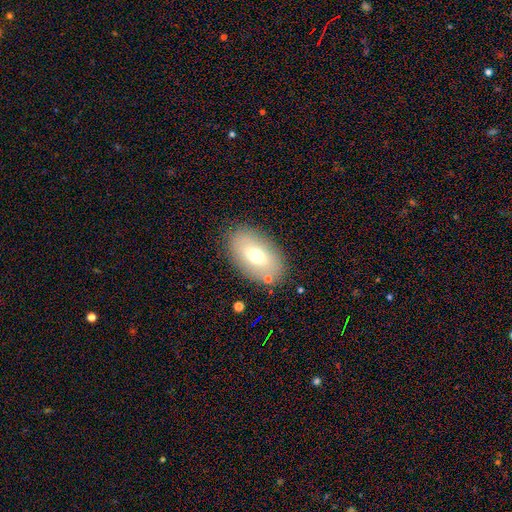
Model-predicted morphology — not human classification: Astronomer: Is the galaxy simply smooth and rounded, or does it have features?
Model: smooth — 63%.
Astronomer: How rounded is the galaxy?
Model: in between — 92%.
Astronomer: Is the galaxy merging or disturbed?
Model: none — 82%.